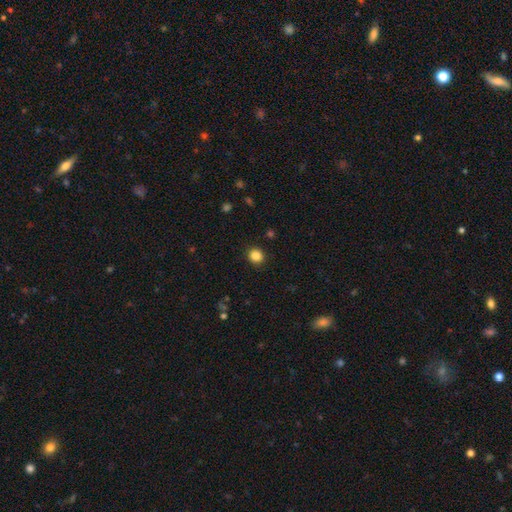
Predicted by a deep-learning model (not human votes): Smooth or featured: smooth — 85% (star or artifact — 11%)
How rounded: round — 89% (in between — 10%)
Merging: none — 91% (minor disturbance — 6%)